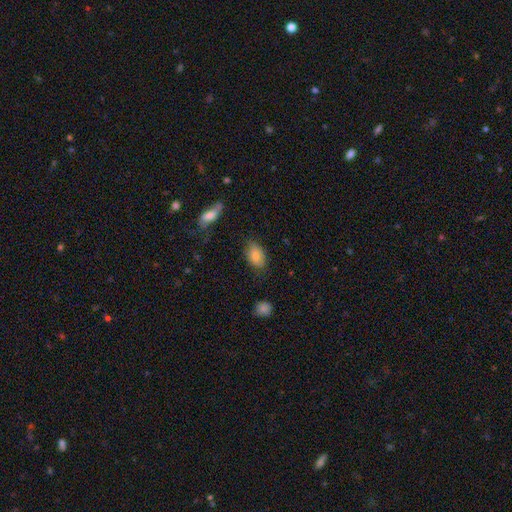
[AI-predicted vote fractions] Morphology: type=smooth (78%); roundness=in between (88%); merging=none (72%).